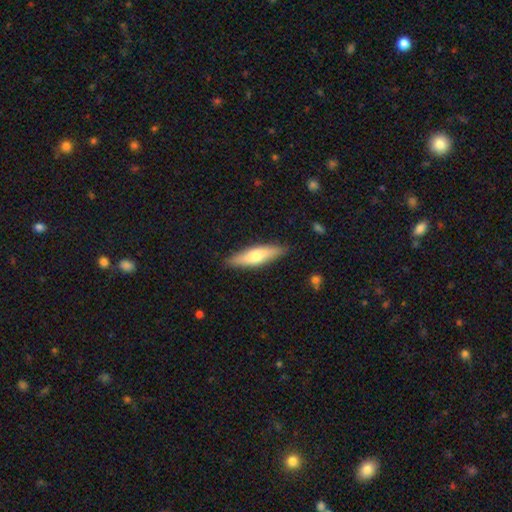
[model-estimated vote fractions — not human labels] Smooth or featured? smooth (62%)
How rounded? cigar-shaped (67%)
Merging? none (87%)